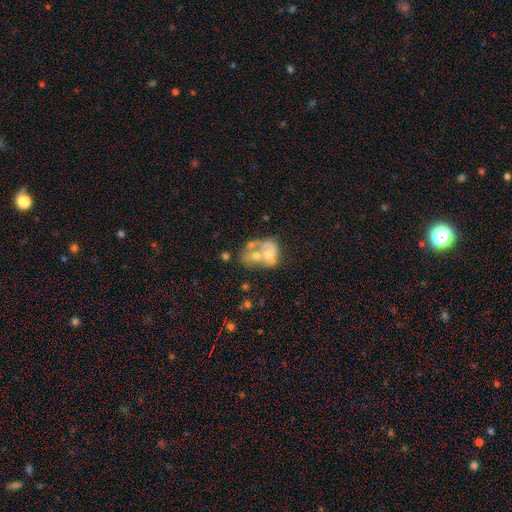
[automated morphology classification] Smooth or featured? featured or disk (49%)
Merging? merger (63%)